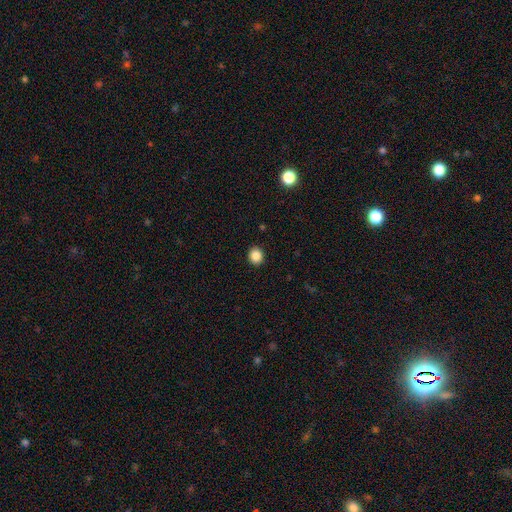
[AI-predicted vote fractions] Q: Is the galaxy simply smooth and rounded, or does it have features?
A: smooth — 86%.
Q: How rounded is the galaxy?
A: round — 79%.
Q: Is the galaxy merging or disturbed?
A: none — 92%.